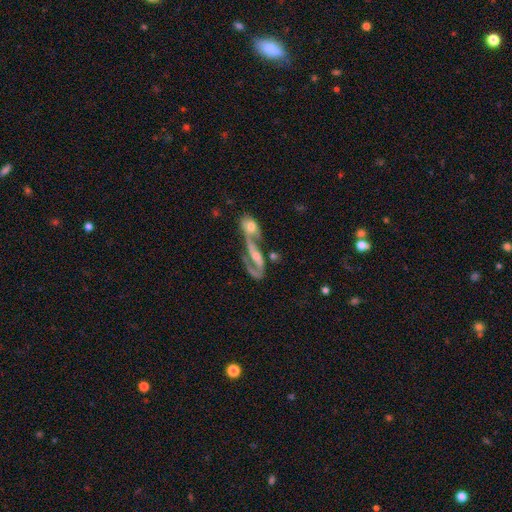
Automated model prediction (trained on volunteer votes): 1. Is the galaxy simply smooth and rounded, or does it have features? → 73% featured or disk, 17% smooth, 10% star or artifact.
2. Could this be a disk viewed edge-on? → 88% no, 12% yes.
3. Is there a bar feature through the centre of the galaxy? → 47% no, 33% weak, 20% strong.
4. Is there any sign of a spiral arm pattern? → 79% yes, 21% no.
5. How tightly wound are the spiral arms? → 52% loose, 33% medium, 15% tight.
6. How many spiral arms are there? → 60% 2, 28% 1, 9% can't tell, 1% 3, 1% 4, 1% more than 4.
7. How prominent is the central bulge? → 39% moderate, 37% small, 16% none, 7% large, 2% dominant.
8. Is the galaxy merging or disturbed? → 63% merger, 17% none, 12% major disturbance, 7% minor disturbance.